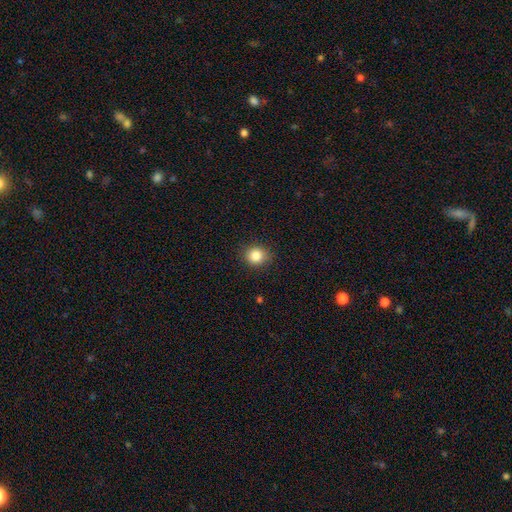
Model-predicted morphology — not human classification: Smooth or featured?
  - smooth: 85% *
  - star or artifact: 10%
  - featured or disk: 5%
How rounded?
  - round: 82% *
  - in between: 17%
  - cigar-shaped: 1%
Merging?
  - none: 88% *
  - minor disturbance: 9%
  - major disturbance: 2%
  - merger: 1%